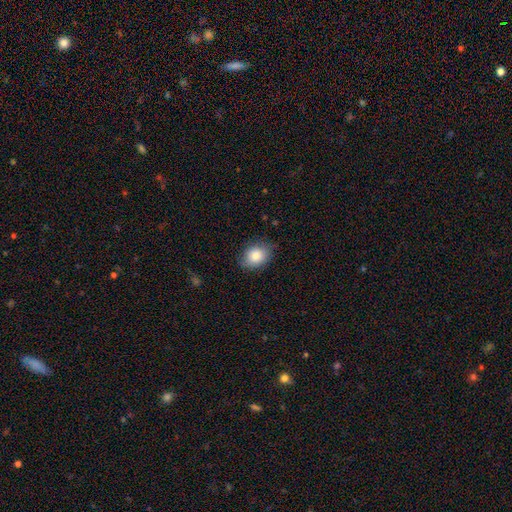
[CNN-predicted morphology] Q: Smooth or featured?
A: smooth (82%); runner-up: featured or disk (10%)
Q: How rounded?
A: in between (65%); runner-up: round (34%)
Q: Merging?
A: none (77%); runner-up: minor disturbance (18%)